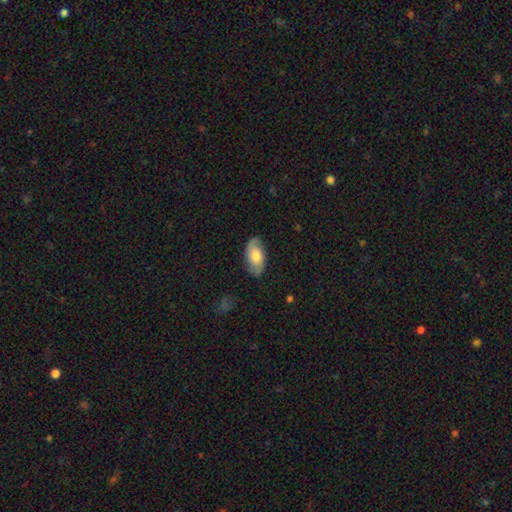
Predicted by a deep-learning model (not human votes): This is possibly a smooth galaxy (50%). How rounded: clearly in between (94%). Merging: likely none (78%).